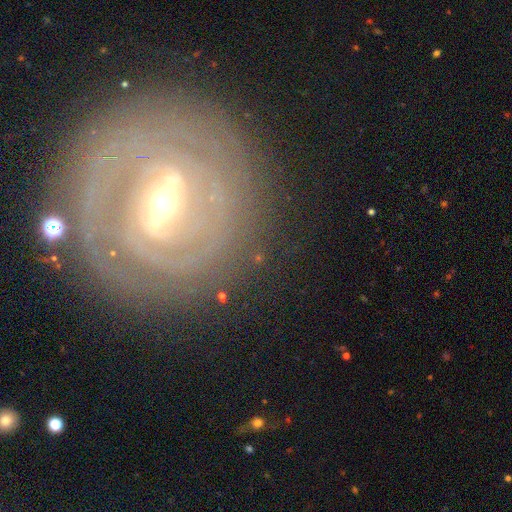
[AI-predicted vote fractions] A featured or disk galaxy (76%) with a strong bar (57%), spiral arms (70%) and a moderate central bulge (61%).

Vote fractions:
- Smooth or featured? featured or disk: 76% / smooth: 12% / star or artifact: 11%
- Edge-on disk? no: 87% / yes: 13%
- Bar? strong: 57% / weak: 26% / no: 17%
- Spiral arms? yes: 70% / no: 30%
- Bulge size? moderate: 61% / small: 25% / large: 10% / dominant: 2% / none: 2%
- Merging? none: 78% / minor disturbance: 12% / major disturbance: 8% / merger: 2%